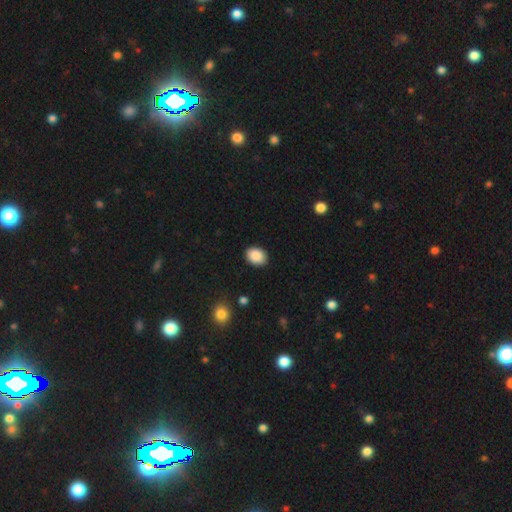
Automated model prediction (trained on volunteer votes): Smooth or featured?
  - smooth: 89% *
  - star or artifact: 7%
  - featured or disk: 3%
How rounded?
  - in between: 67% *
  - round: 32%
  - cigar-shaped: 1%
Merging?
  - none: 89% *
  - minor disturbance: 8%
  - major disturbance: 2%
  - merger: 1%